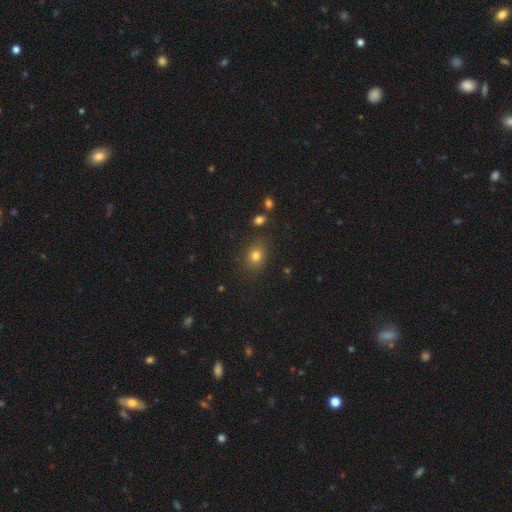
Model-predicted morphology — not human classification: smooth-or-featured: smooth: 77% | star or artifact: 14% | featured or disk: 9%
  how-rounded: round: 50% | in between: 49% | cigar-shaped: 1%
  merging: none: 81% | minor disturbance: 12% | major disturbance: 4% | merger: 3%